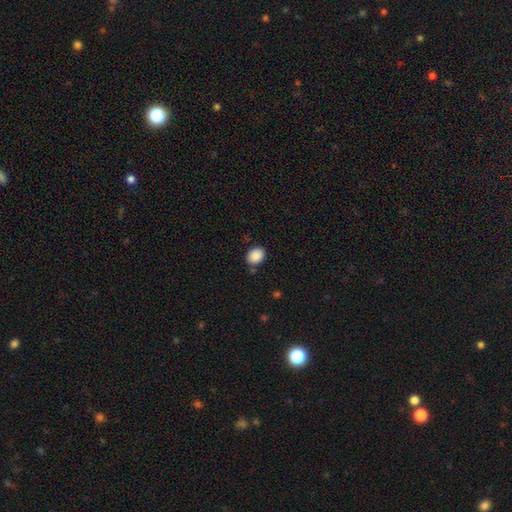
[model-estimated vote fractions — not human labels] Smooth or featured?
  - smooth: 89% *
  - star or artifact: 8%
  - featured or disk: 3%
How rounded?
  - in between: 58% *
  - round: 41%
  - cigar-shaped: 1%
Merging?
  - none: 81% *
  - minor disturbance: 13%
  - merger: 3%
  - major disturbance: 3%